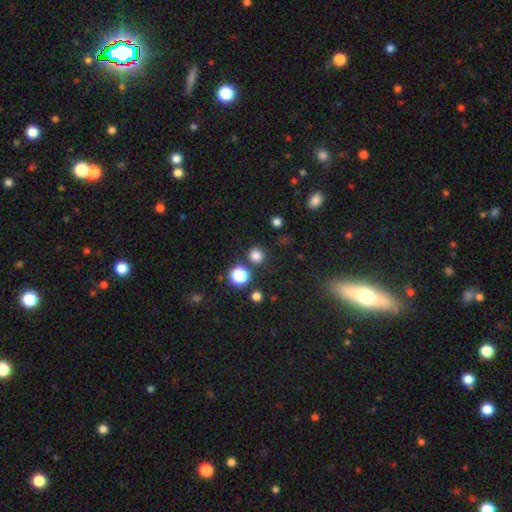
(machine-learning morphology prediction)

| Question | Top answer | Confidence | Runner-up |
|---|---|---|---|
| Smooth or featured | smooth | 79% | star or artifact (17%) |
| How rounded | round | 92% | in between (7%) |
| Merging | none | 85% | minor disturbance (7%) |